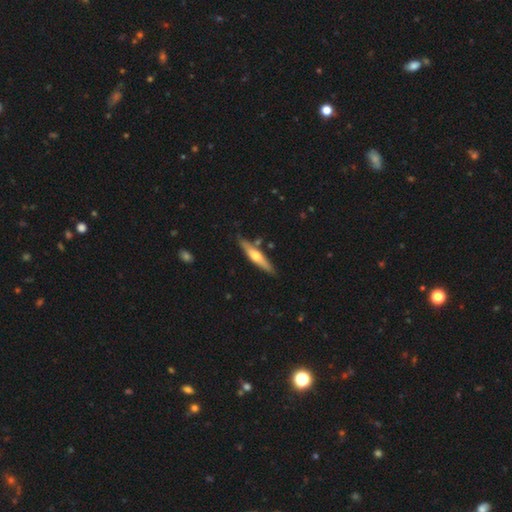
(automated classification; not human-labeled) Q: Smooth or featured?
A: featured or disk (54%); runner-up: smooth (41%)
Q: Edge-on disk?
A: yes (93%); runner-up: no (7%)
Q: Merging?
A: none (81%); runner-up: minor disturbance (12%)